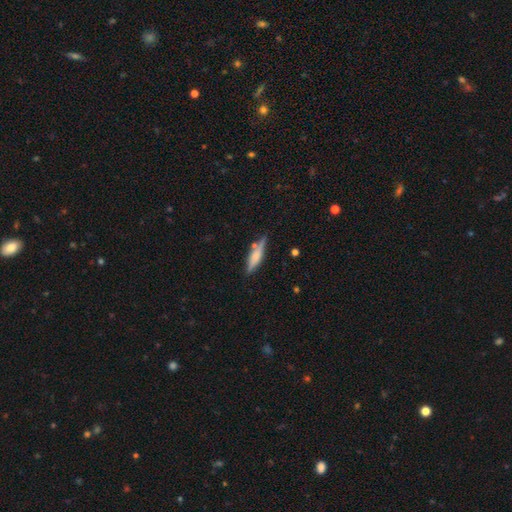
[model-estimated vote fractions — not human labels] A smooth galaxy with no disk features (56%) that is cigar-shaped (73%).

Vote fractions:
- Smooth or featured? smooth: 56% / featured or disk: 38% / star or artifact: 7%
- How rounded? cigar-shaped: 73% / in between: 25% / round: 2%
- Merging? none: 74% / minor disturbance: 16% / merger: 6% / major disturbance: 4%